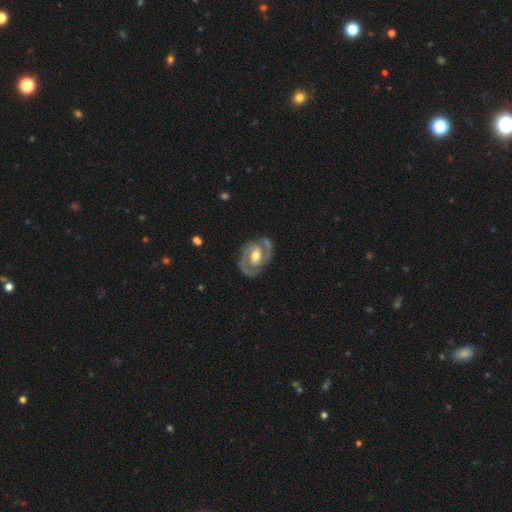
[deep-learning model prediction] smooth-or-featured: featured or disk: 85% | smooth: 11% | star or artifact: 4%
  disk-edge-on: no: 97% | yes: 3%
    bar: weak: 43% | no: 38% | strong: 19%
    has-spiral-arms: yes: 92% | no: 8%
      spiral-winding: medium: 45% (tied) | tight: 45% (tied) | loose: 10%
      spiral-arm-count: 2: 85% | can't tell: 6% | 1: 4% | 3: 3% | 4: 1% | more than 4: 1%
    bulge-size: moderate: 71% | large: 16% | small: 11% | none: 1% | dominant: 1%
  merging: none: 74% | minor disturbance: 18% | major disturbance: 6% | merger: 2%